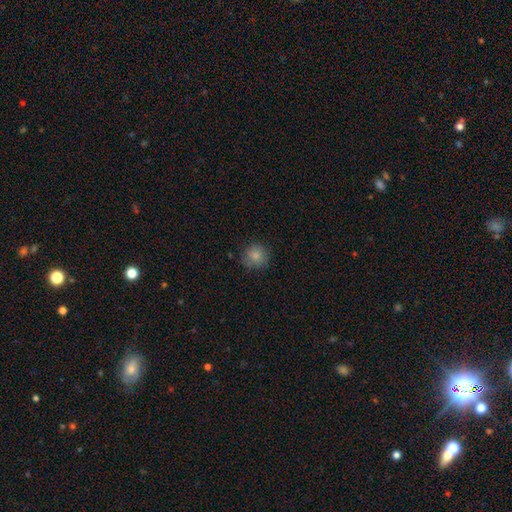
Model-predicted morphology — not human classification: Smooth or featured?
  - smooth: 83% *
  - star or artifact: 10%
  - featured or disk: 7%
How rounded?
  - round: 91% *
  - in between: 8%
  - cigar-shaped: 1%
Merging?
  - none: 79% *
  - minor disturbance: 16%
  - major disturbance: 3%
  - merger: 1%